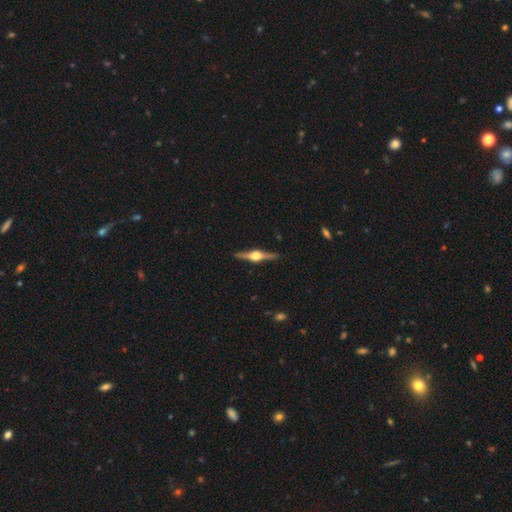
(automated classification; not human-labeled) Q: Smooth or featured?
A: featured or disk (85%); runner-up: smooth (10%)
Q: Edge-on disk?
A: yes (98%); runner-up: no (2%)
Q: Edge-on bulge?
A: rounded (95%); runner-up: boxy (4%)
Q: Merging?
A: none (91%); runner-up: minor disturbance (6%)